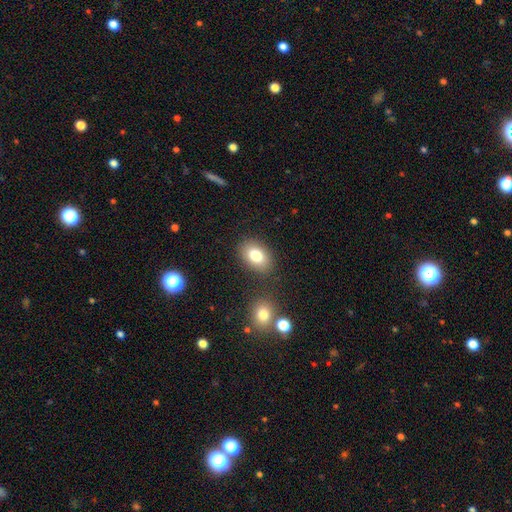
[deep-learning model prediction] The model was most divided on "how rounded": in between: 81%, round: 18%, cigar-shaped: 1%. More confident: merging — none (82%); smooth or featured — smooth (80%).